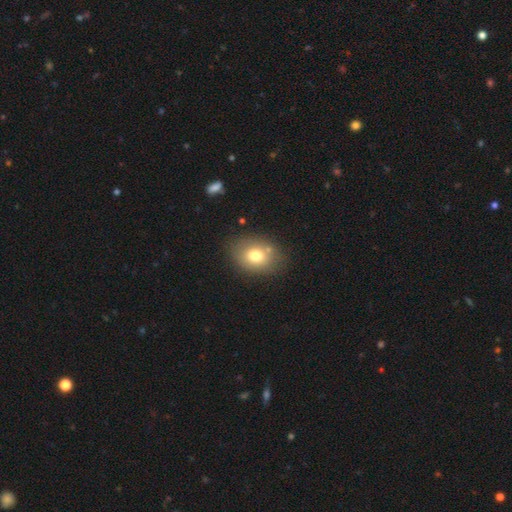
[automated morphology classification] Overall: smooth (75%). How rounded: in between (62%; round 37%). Merging: none (77%).